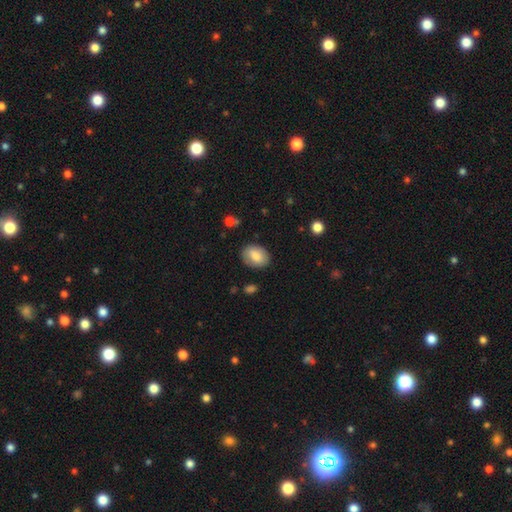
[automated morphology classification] smooth_or_featured: smooth (p=0.79) [alt: featured or disk p=0.14]
how_rounded: in between (p=0.73) [alt: round p=0.26]
merging: none (p=0.82) [alt: minor disturbance p=0.13]